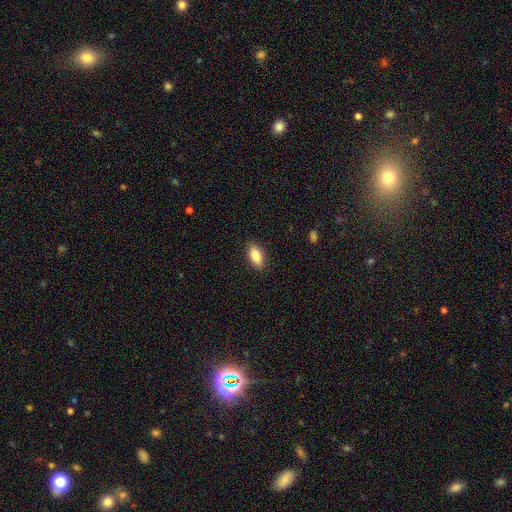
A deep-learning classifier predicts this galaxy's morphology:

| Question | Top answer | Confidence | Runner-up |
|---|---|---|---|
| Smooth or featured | smooth | 85% | featured or disk (8%) |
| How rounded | in between | 87% | cigar-shaped (10%) |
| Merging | none | 89% | minor disturbance (8%) |